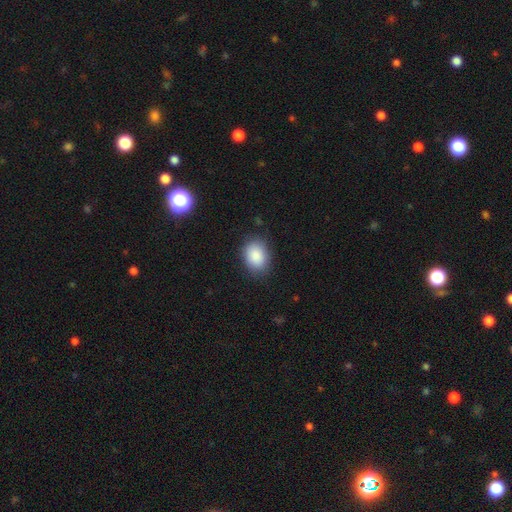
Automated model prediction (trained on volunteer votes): smooth_or_featured: smooth (p=0.88) [alt: star or artifact p=0.07]
how_rounded: in between (p=0.71) [alt: round p=0.28]
merging: none (p=0.81) [alt: minor disturbance p=0.14]